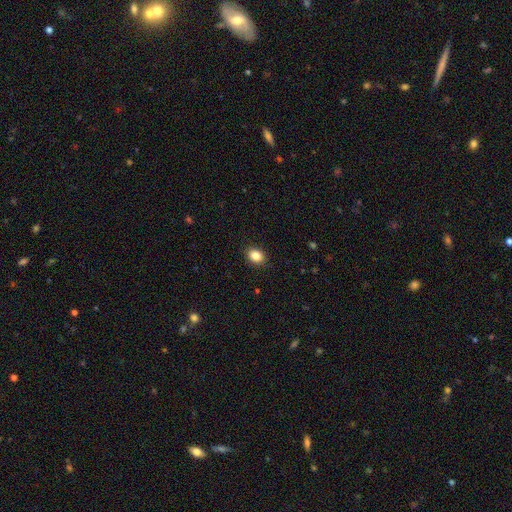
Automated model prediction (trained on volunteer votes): Smooth or featured?
  - smooth: 86% *
  - star or artifact: 9%
  - featured or disk: 5%
How rounded?
  - in between: 60% *
  - round: 39%
  - cigar-shaped: 1%
Merging?
  - none: 90% *
  - minor disturbance: 7%
  - major disturbance: 2%
  - merger: 1%